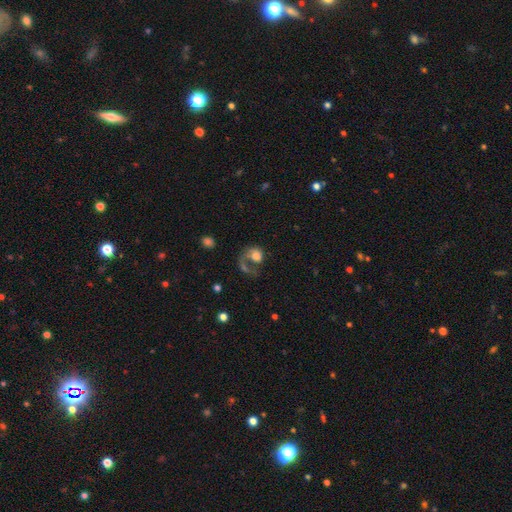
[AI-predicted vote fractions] Overall: smooth (47%; featured or disk 42%). Merging: major disturbance (44%; none 23%).